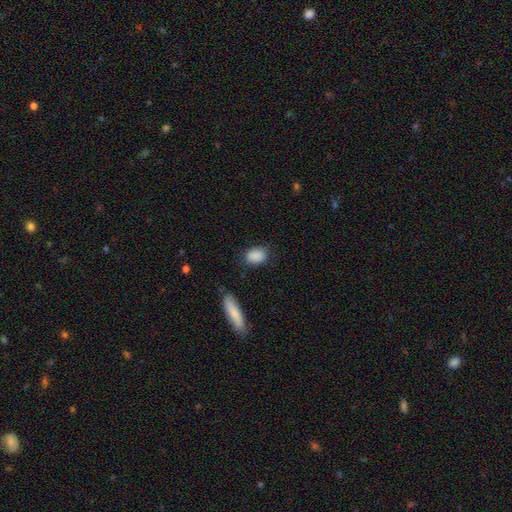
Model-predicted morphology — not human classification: Overall: smooth (88%). How rounded: in between (79%). Merging: none (78%).